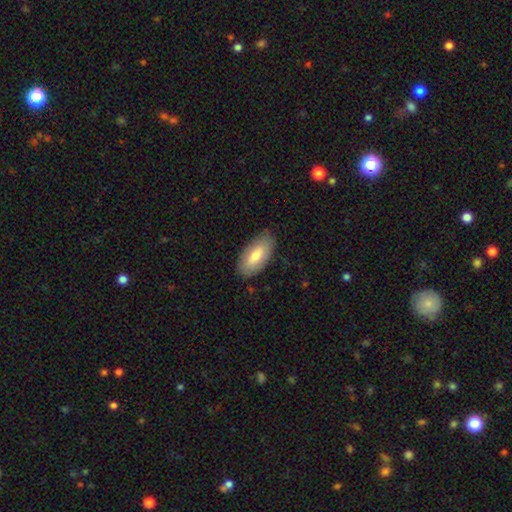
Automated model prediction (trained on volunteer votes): Morphology: type=smooth (76%); roundness=in between (90%); merging=none (83%).